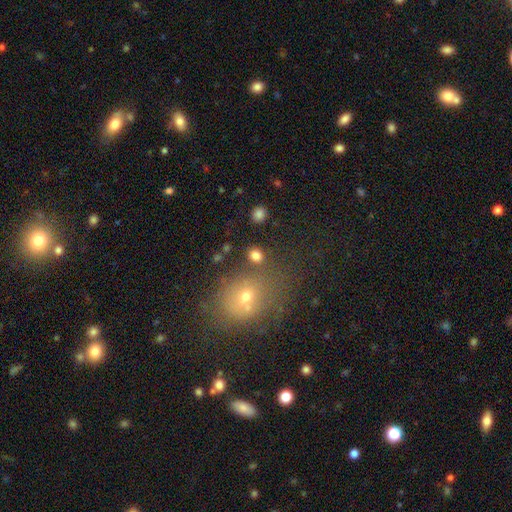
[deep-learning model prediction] A smooth galaxy with no disk features (79%) that is round (66%). Merging: none (78%).